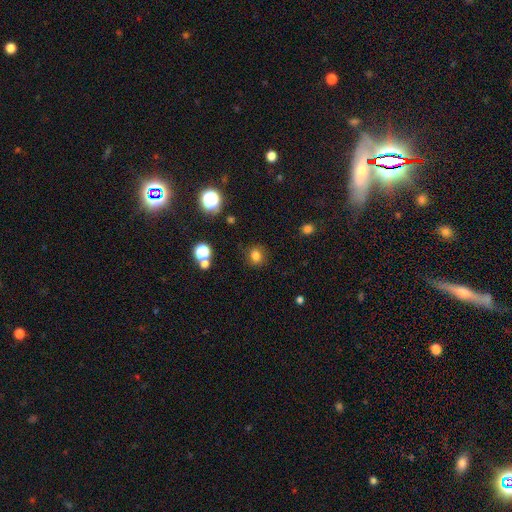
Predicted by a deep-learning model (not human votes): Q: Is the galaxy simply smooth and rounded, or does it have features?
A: smooth — 79%.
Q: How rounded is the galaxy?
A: round — 75%.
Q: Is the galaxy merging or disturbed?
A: none — 85%.